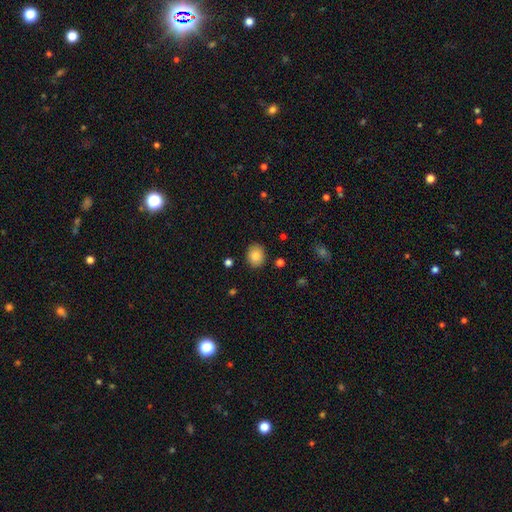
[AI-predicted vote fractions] Smooth or featured: smooth — 85% (star or artifact — 9%)
How rounded: round — 59% (in between — 41%)
Merging: none — 87% (minor disturbance — 9%)